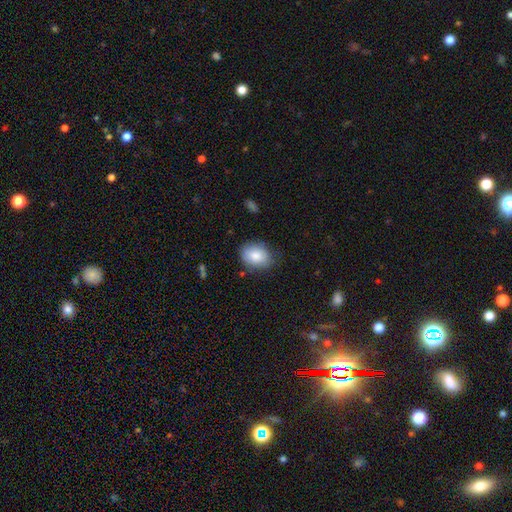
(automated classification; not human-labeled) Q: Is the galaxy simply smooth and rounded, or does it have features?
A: smooth — 85%.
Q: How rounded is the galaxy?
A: in between — 72%.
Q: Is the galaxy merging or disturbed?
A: none — 76%.